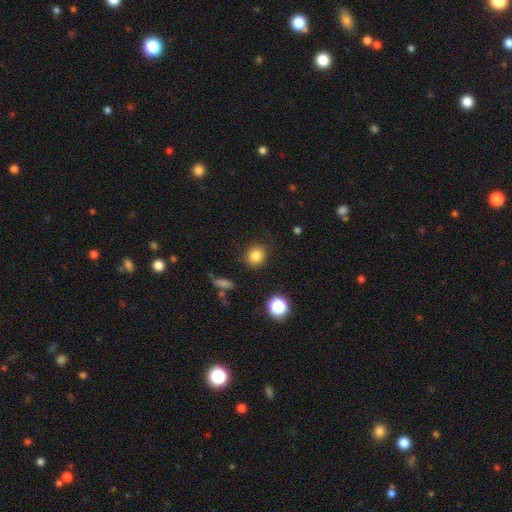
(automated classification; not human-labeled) Smooth or featured? smooth (84%)
How rounded? round (84%)
Merging? none (86%)